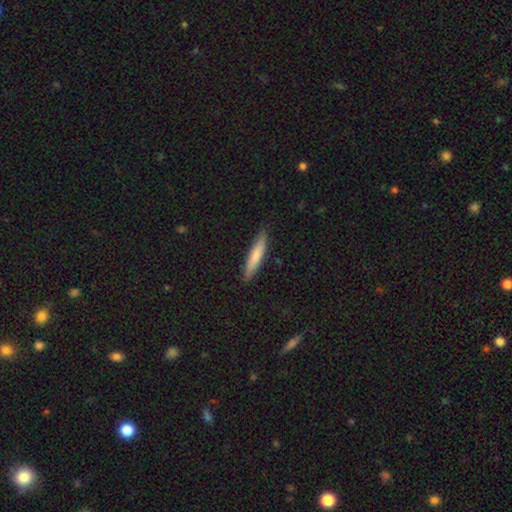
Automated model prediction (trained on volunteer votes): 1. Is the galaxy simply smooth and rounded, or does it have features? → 75% smooth, 20% featured or disk, 5% star or artifact.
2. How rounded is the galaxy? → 89% cigar-shaped, 10% in between, 1% round.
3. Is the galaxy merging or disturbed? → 87% none, 10% minor disturbance, 2% major disturbance, 1% merger.